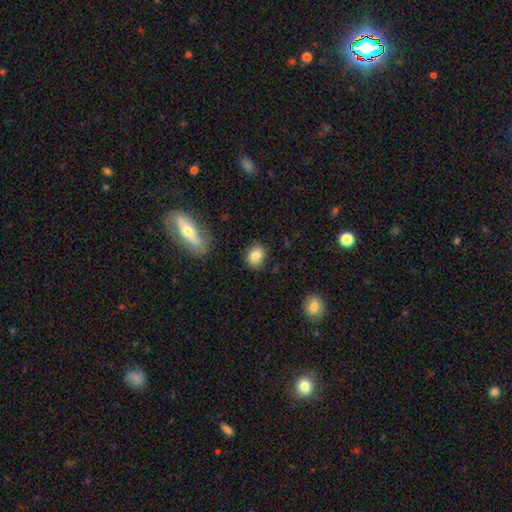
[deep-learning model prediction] Q: Smooth or featured?
A: smooth (83%); runner-up: star or artifact (9%)
Q: How rounded?
A: round (58%); runner-up: in between (40%)
Q: Merging?
A: none (86%); runner-up: minor disturbance (9%)